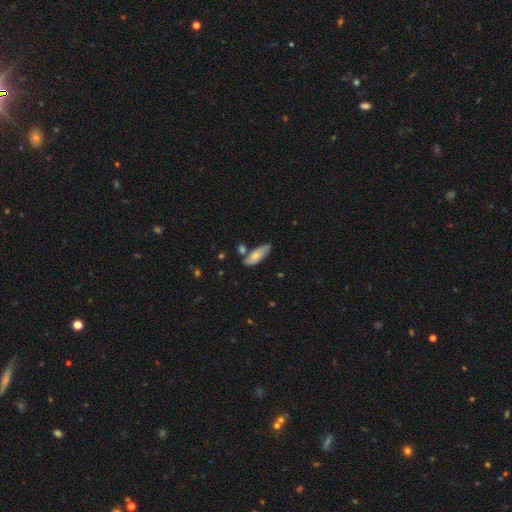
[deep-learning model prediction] Smooth or featured? smooth (69%)
How rounded? in between (71%)
Merging? none (64%)